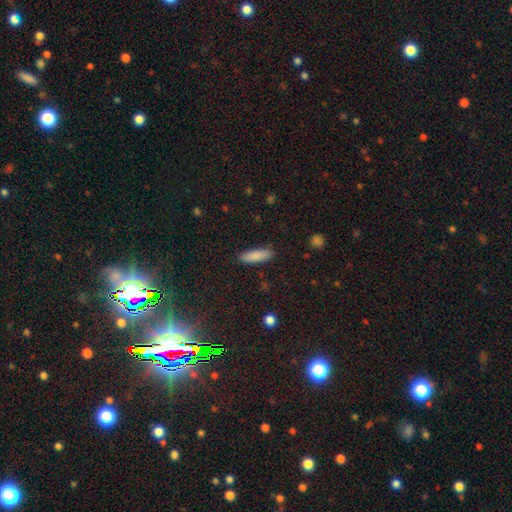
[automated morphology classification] This is clearly a smooth galaxy (86%). How rounded: possibly cigar-shaped (54%). Merging: clearly none (87%).